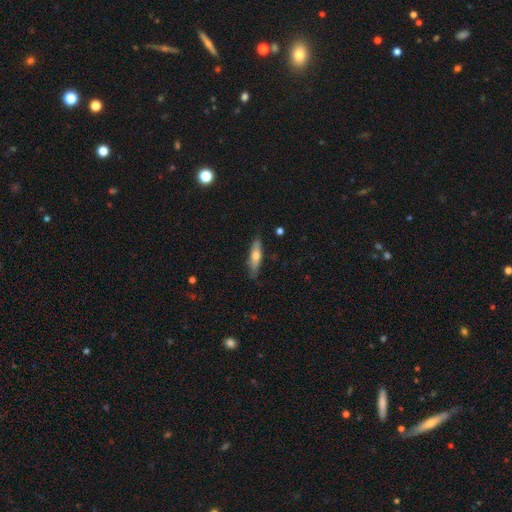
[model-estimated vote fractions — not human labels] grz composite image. It shows a smooth galaxy with no disk features (58%) that is cigar-shaped (68%). Merging: none (80%).